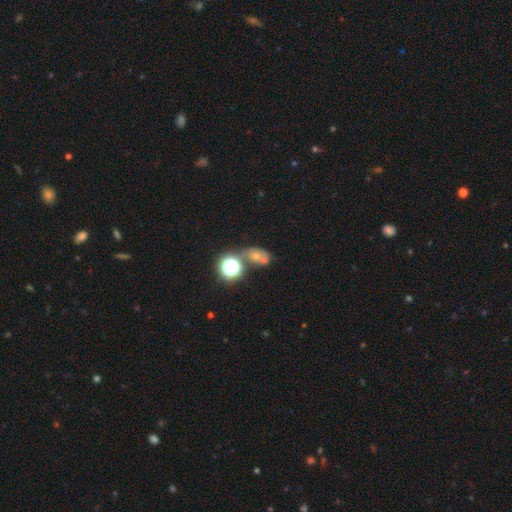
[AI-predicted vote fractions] Morphology: type=star or artifact (43%).